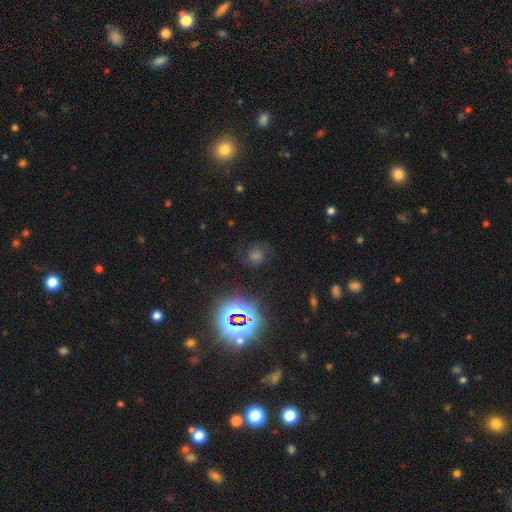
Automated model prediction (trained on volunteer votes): smooth_or_featured: star or artifact (p=0.50) [alt: smooth p=0.29]